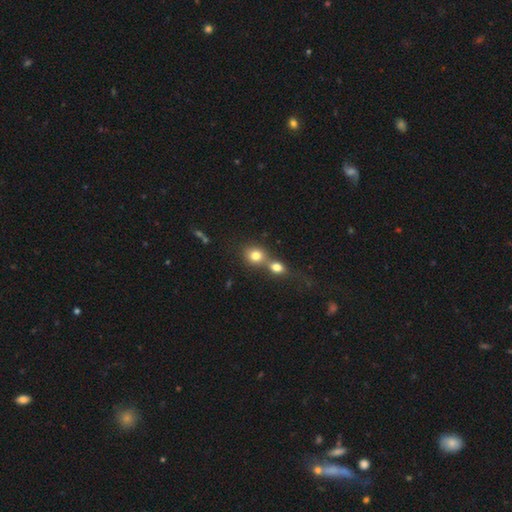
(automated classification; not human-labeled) The model was most divided on "merging": merger: 57%, none: 33%, minor disturbance: 7%, major disturbance: 4%. More confident: smooth or featured — smooth (78%); how rounded — round (76%).